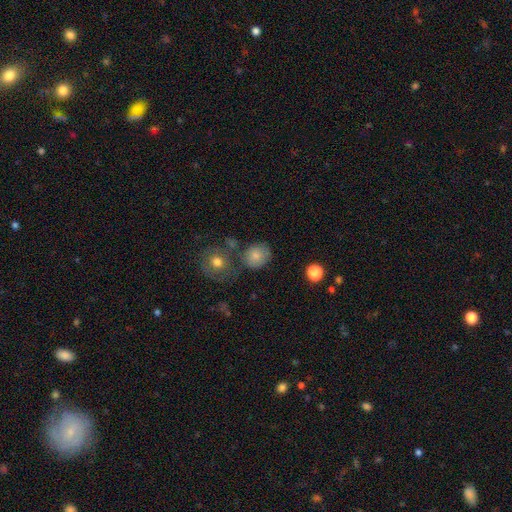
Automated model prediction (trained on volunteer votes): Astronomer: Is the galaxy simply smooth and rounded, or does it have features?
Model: smooth — 81%.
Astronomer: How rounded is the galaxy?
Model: round — 76%.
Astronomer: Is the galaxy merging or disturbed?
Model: none — 65%.